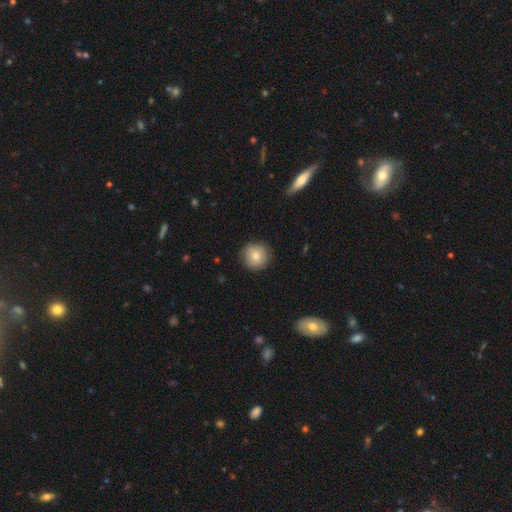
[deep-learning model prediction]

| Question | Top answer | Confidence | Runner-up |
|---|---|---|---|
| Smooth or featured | smooth | 80% | featured or disk (12%) |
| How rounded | round | 94% | in between (5%) |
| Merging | none | 88% | minor disturbance (9%) |